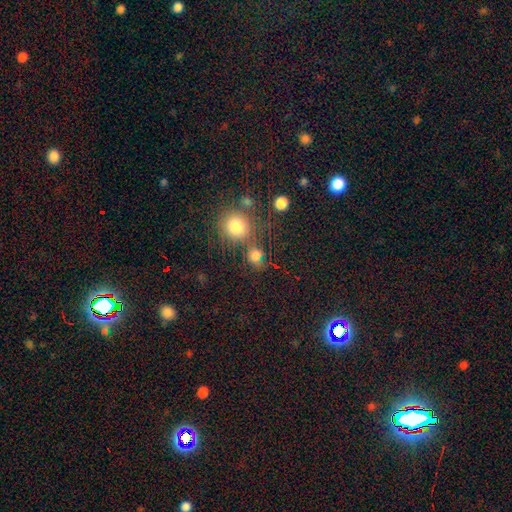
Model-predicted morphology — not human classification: Overall: smooth (67%). How rounded: round (76%). Merging: none (58%; merger 20%).